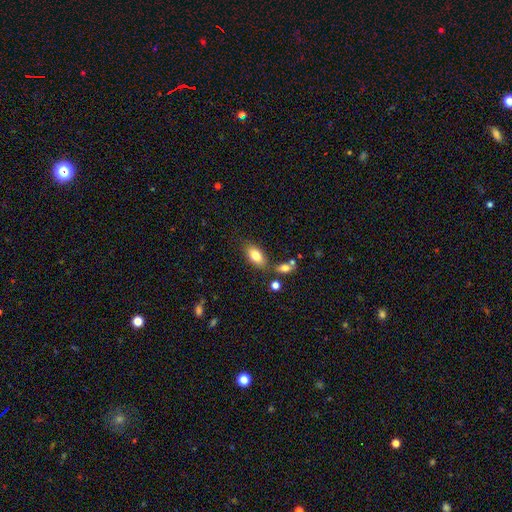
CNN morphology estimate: type=smooth (80%); roundness=in between (89%); merging=none (74%).